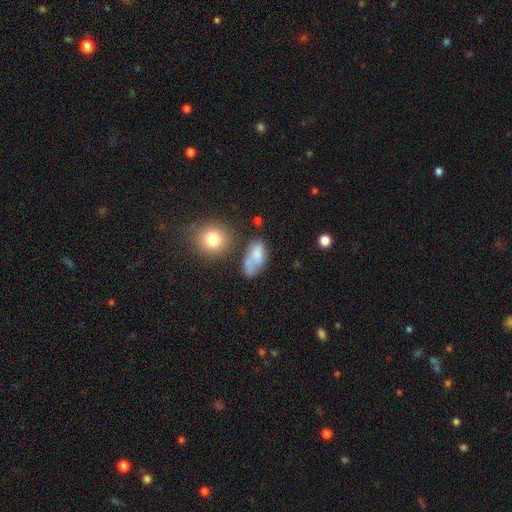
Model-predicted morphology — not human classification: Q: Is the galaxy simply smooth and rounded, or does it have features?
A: smooth — 70%.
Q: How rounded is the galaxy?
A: in between — 89%.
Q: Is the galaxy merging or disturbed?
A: none — 39%.